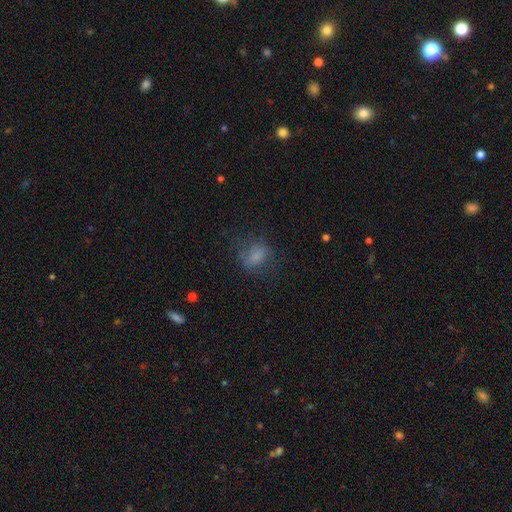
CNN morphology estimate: smooth-or-featured: smooth: 72% | featured or disk: 14% | star or artifact: 14%
  how-rounded: in between: 63% | round: 35% | cigar-shaped: 2%
  merging: none: 60% | minor disturbance: 21% | major disturbance: 17% | merger: 2%